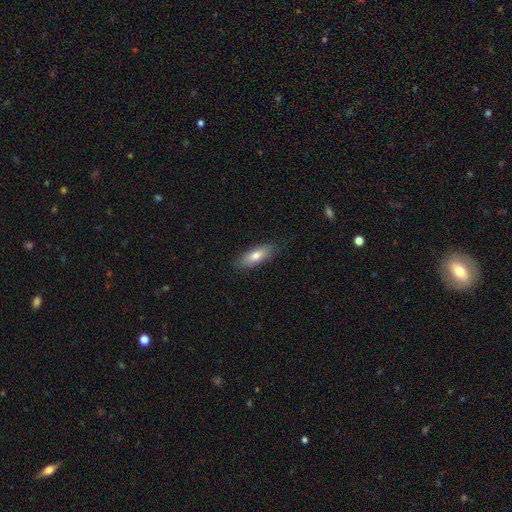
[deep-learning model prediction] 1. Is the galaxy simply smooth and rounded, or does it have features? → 77% smooth, 17% featured or disk, 6% star or artifact.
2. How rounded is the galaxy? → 67% in between, 31% cigar-shaped, 2% round.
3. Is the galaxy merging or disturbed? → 84% none, 13% minor disturbance, 3% major disturbance, 1% merger.